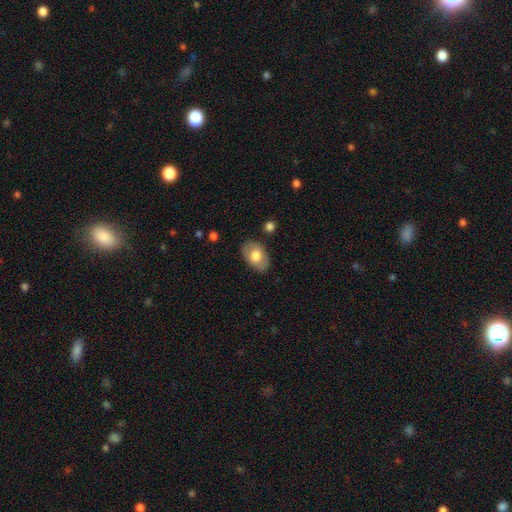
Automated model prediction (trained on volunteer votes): A smooth galaxy with no disk features (69%) that is in between round and cigar-shaped (87%). Merging: none (83%).